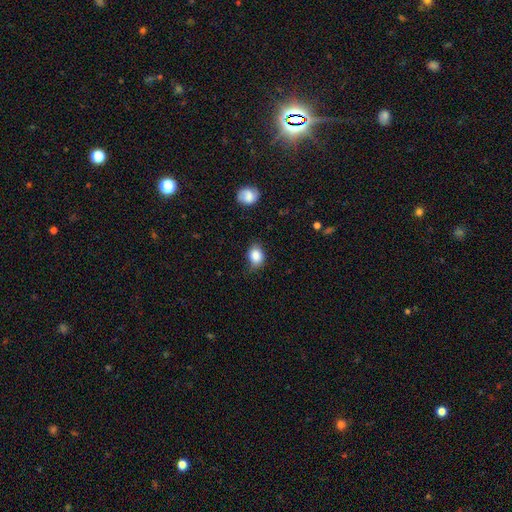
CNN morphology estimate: A smooth galaxy with no disk features (87%) that is in between round and cigar-shaped (59%).

Vote fractions:
- Smooth or featured? smooth: 87% / star or artifact: 9% / featured or disk: 5%
- How rounded? in between: 59% / round: 40% / cigar-shaped: 1%
- Merging? none: 68% / minor disturbance: 25% / major disturbance: 5% / merger: 2%